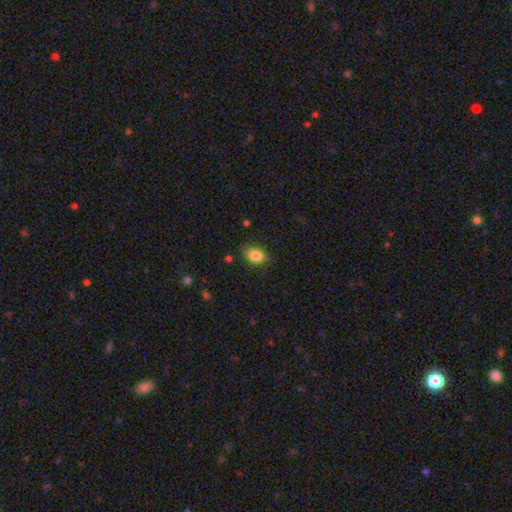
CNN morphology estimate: smooth_or_featured: smooth (p=0.84) [alt: star or artifact p=0.09]
how_rounded: in between (p=0.79) [alt: round p=0.19]
merging: none (p=0.79) [alt: minor disturbance p=0.16]